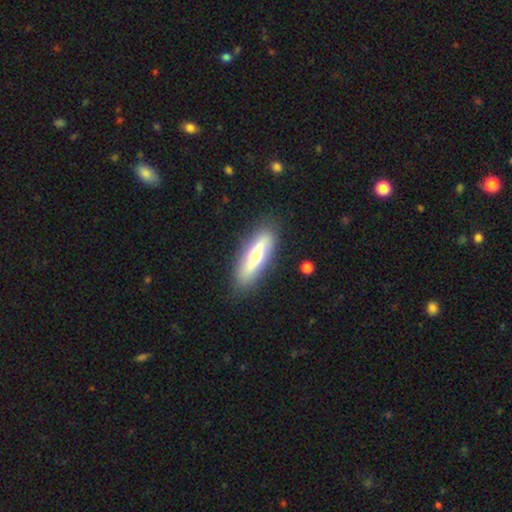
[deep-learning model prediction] smooth-or-featured: smooth: 51% | featured or disk: 44% | star or artifact: 6%
  how-rounded: cigar-shaped: 60% | in between: 38% | round: 2%
  merging: none: 85% | minor disturbance: 11% | major disturbance: 3% | merger: 2%